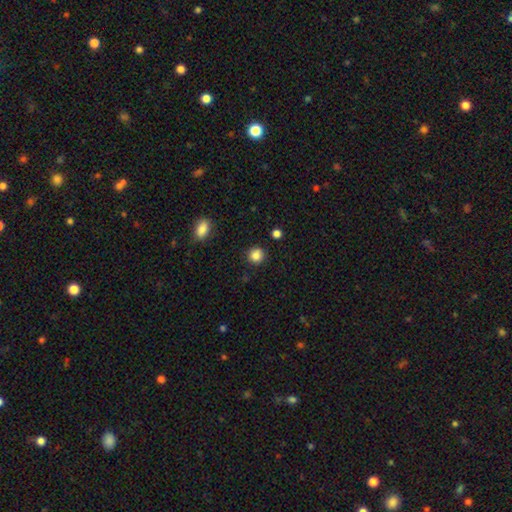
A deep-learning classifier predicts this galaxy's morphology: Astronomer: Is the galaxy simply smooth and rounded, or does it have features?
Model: smooth — 86%.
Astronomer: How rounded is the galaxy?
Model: round — 90%.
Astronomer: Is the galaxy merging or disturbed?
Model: none — 89%.